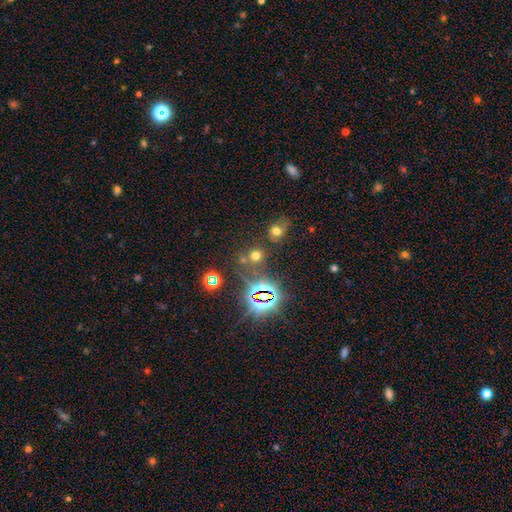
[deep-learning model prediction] The model was most divided on "smooth or featured": smooth: 50%, star or artifact: 41%, featured or disk: 8%. More confident: how rounded — round (82%); merging — none (67%).